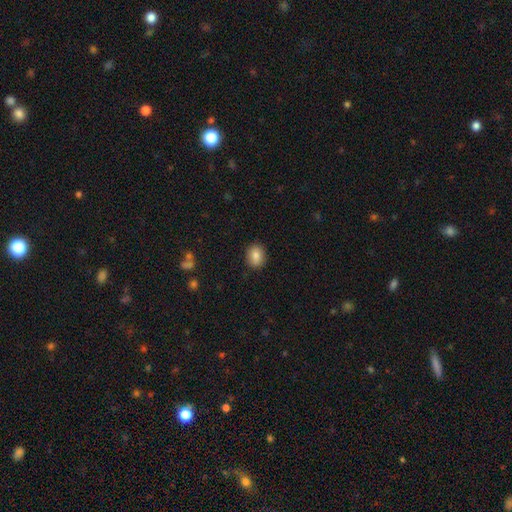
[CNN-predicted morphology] Smooth or featured?
  - smooth: 85% *
  - star or artifact: 9%
  - featured or disk: 6%
How rounded?
  - round: 52% *
  - in between: 47%
  - cigar-shaped: 1%
Merging?
  - none: 89% *
  - minor disturbance: 8%
  - major disturbance: 2%
  - merger: 1%